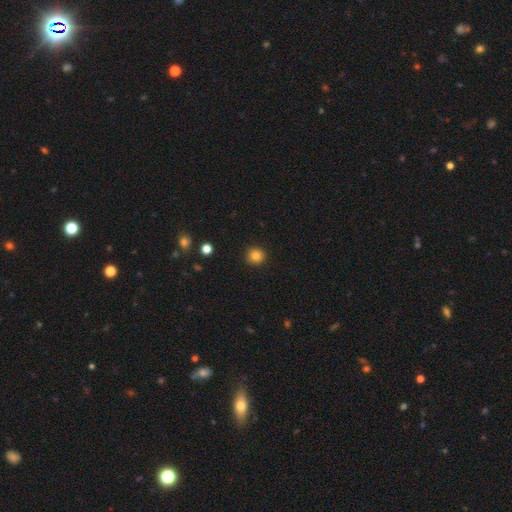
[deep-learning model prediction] Smooth or featured?
  - smooth: 84% *
  - star or artifact: 12%
  - featured or disk: 5%
How rounded?
  - round: 94% *
  - in between: 5%
  - cigar-shaped: 1%
Merging?
  - none: 92% *
  - minor disturbance: 5%
  - major disturbance: 2%
  - merger: 1%